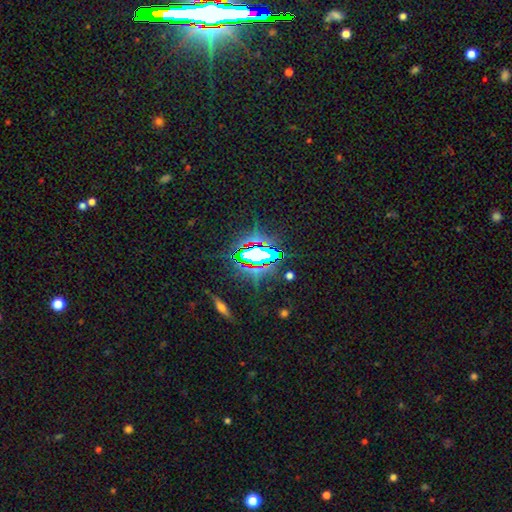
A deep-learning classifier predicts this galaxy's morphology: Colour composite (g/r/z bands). It shows a star or artifact, not a galaxy (76%).